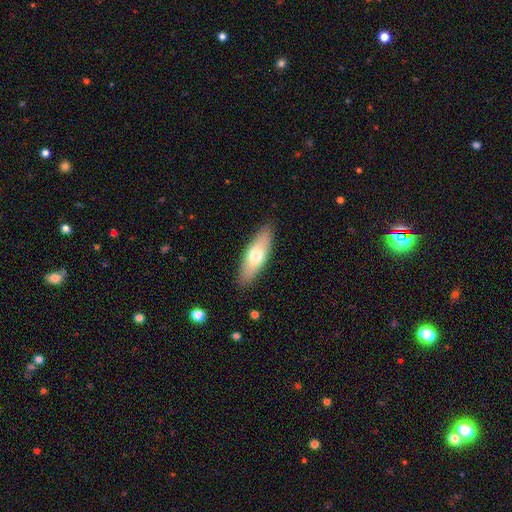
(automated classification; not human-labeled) smooth-or-featured: smooth: 65% | featured or disk: 29% | star or artifact: 6%
  how-rounded: in between: 57% | cigar-shaped: 40% | round: 2%
  merging: none: 88% | minor disturbance: 9% | major disturbance: 2% | merger: 1%